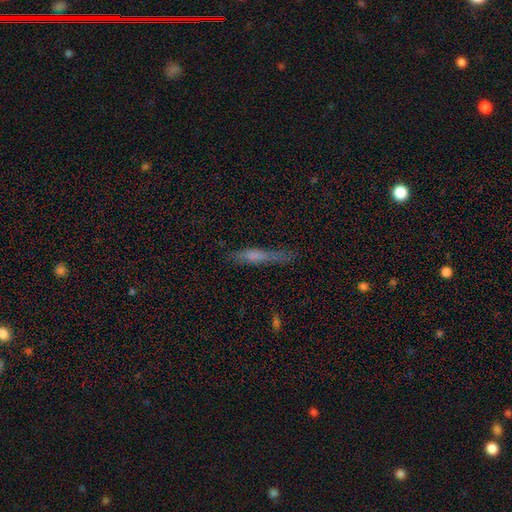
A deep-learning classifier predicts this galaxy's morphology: A smooth galaxy with no disk features (51%) that is cigar-shaped (90%).

Vote fractions:
- Smooth or featured? smooth: 51% / featured or disk: 37% / star or artifact: 12%
- How rounded? cigar-shaped: 90% / in between: 8% / round: 2%
- Merging? none: 70% / minor disturbance: 21% / major disturbance: 7% / merger: 3%